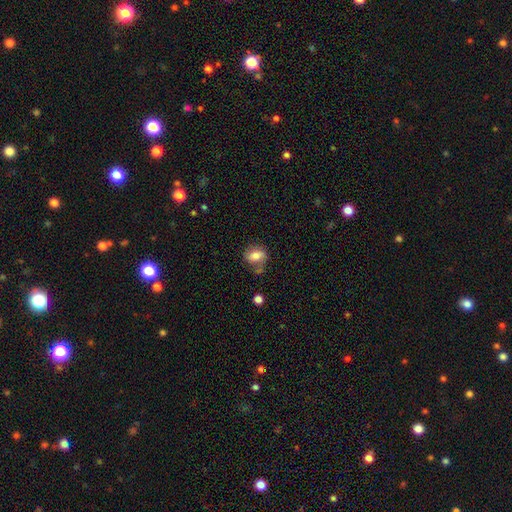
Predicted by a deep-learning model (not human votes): smooth_or_featured: smooth (p=0.68) [alt: featured or disk p=0.23]
how_rounded: in between (p=0.63) [alt: round p=0.34]
merging: none (p=0.60) [alt: minor disturbance p=0.22]